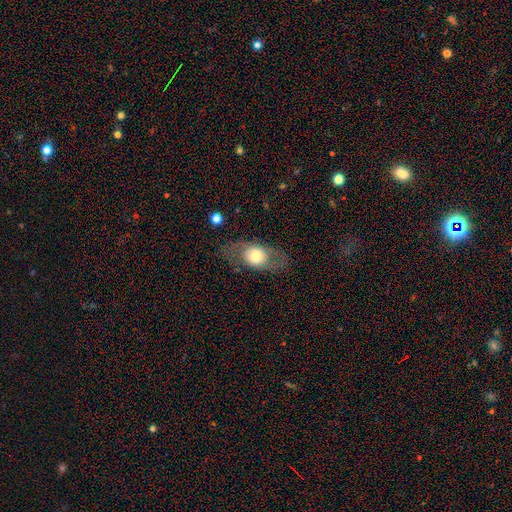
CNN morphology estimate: Q: Smooth or featured?
A: smooth (48%); runner-up: featured or disk (45%)
Q: Merging?
A: none (74%); runner-up: minor disturbance (15%)